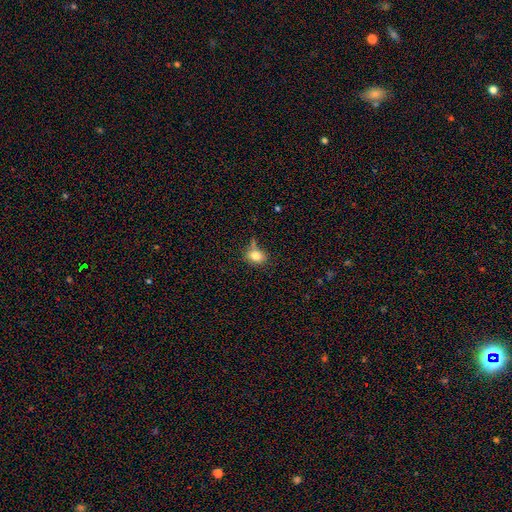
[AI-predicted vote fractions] Morphology: type=smooth (81%); roundness=in between (56%); merging=none (60%).